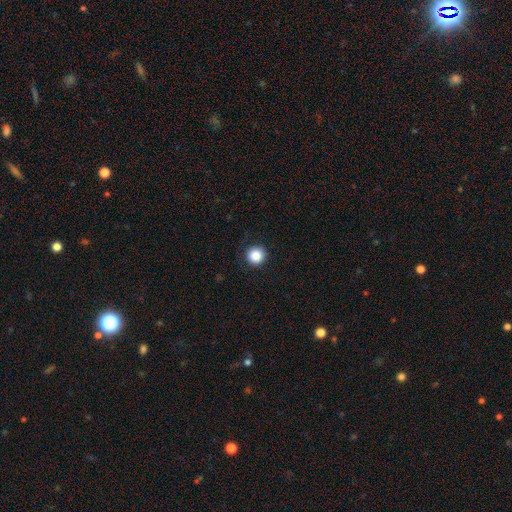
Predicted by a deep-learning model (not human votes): Morphology: type=smooth (86%); roundness=round (96%); merging=none (92%).